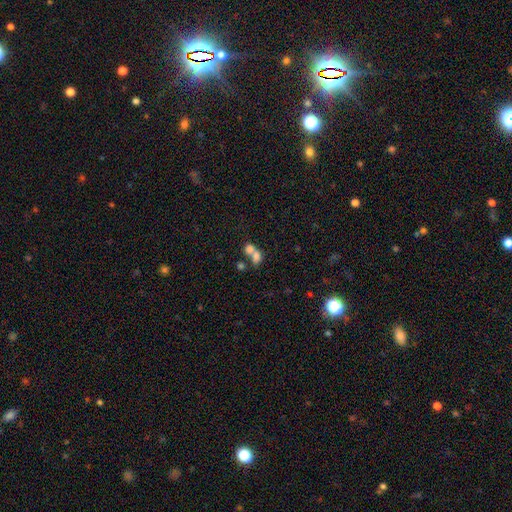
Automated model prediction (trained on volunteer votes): This is likely a smooth galaxy (73%). How rounded: possibly in between (60%). Merging: likely merger (69%).